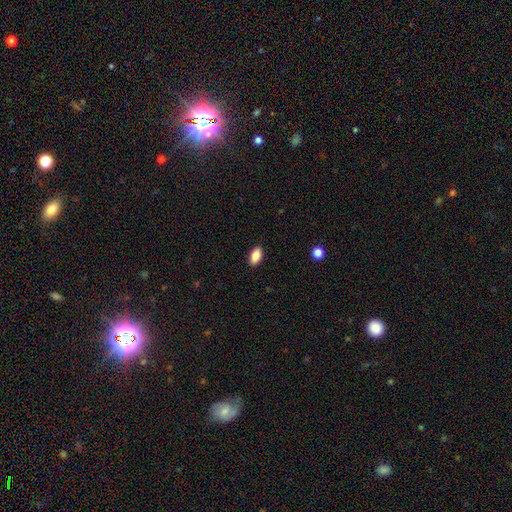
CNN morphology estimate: Smooth or featured?
  - smooth: 86% *
  - star or artifact: 8%
  - featured or disk: 6%
How rounded?
  - in between: 92% *
  - round: 4%
  - cigar-shaped: 4%
Merging?
  - none: 90% *
  - minor disturbance: 7%
  - major disturbance: 2%
  - merger: 1%